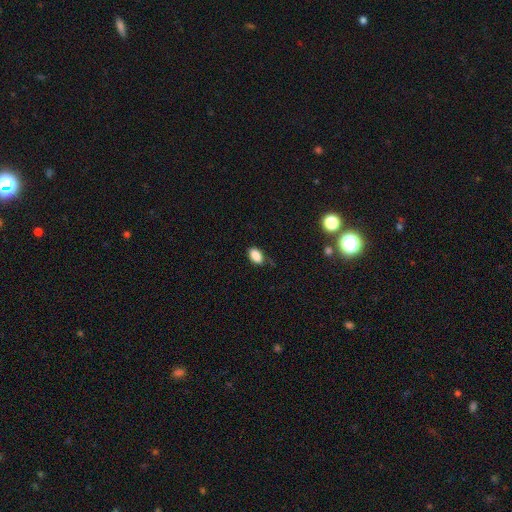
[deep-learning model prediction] smooth 87%, star or artifact 8%, featured or disk 5%. Down the decision tree: how rounded — in between (91%); merging — none (65%).